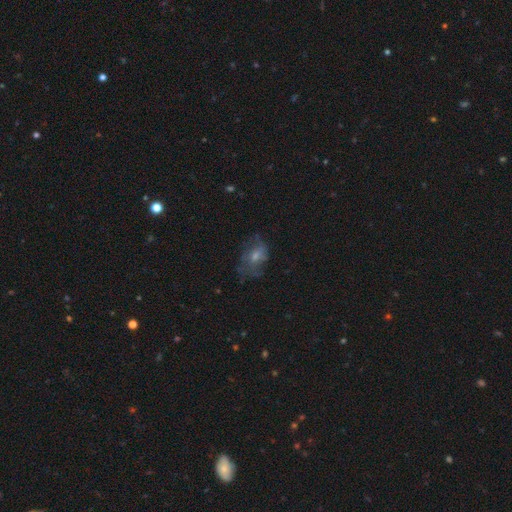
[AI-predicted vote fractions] smooth_or_featured: featured or disk (p=0.44) [alt: smooth p=0.38]
merging: none (p=0.57) [alt: minor disturbance p=0.24]